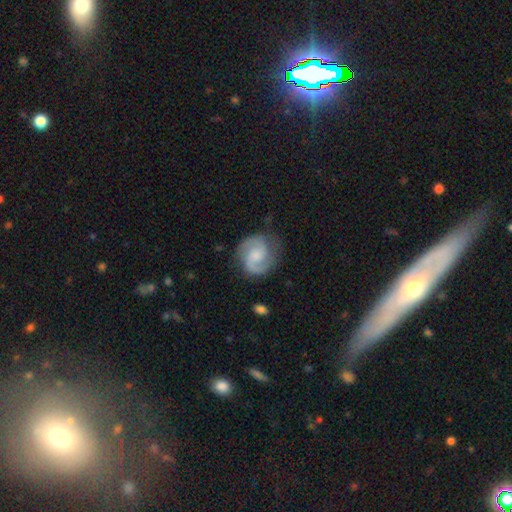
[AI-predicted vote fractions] A featured or disk galaxy (81%) with no bar (52%), 2 (89%) medium (54%) spiral arms (97%) and a small central bulge (41%).

Vote fractions:
- Smooth or featured? featured or disk: 81% / smooth: 14% / star or artifact: 5%
- Edge-on disk? no: 98% / yes: 2%
- Bar? no: 52% / weak: 41% / strong: 7%
- Spiral arms? yes: 97% / no: 3%
- Spiral winding? medium: 54% / tight: 27% / loose: 19%
- Spiral arm count? 2: 89% / can't tell: 4% / 1: 4% / 3: 1% / 4: 1% / more than 4: 1%
- Bulge size? small: 41% / moderate: 36% / none: 16% / large: 6% / dominant: 1%
- Merging? none: 76% / minor disturbance: 16% / major disturbance: 6% / merger: 1%